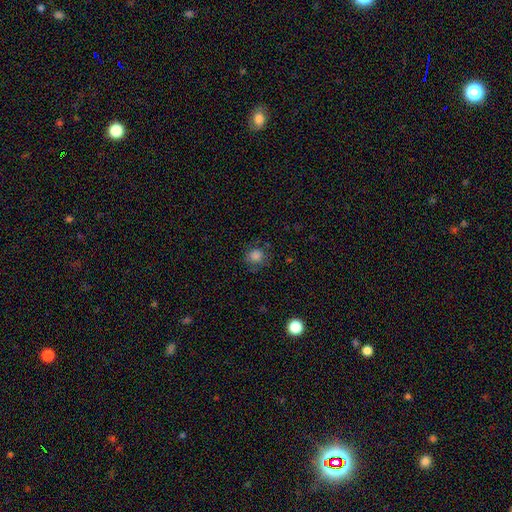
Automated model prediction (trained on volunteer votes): A smooth galaxy with no disk features (82%) that is round (84%).

Vote fractions:
- Smooth or featured? smooth: 82% / star or artifact: 12% / featured or disk: 6%
- How rounded? round: 84% / in between: 16% / cigar-shaped: 1%
- Merging? none: 74% / minor disturbance: 17% / major disturbance: 7% / merger: 2%